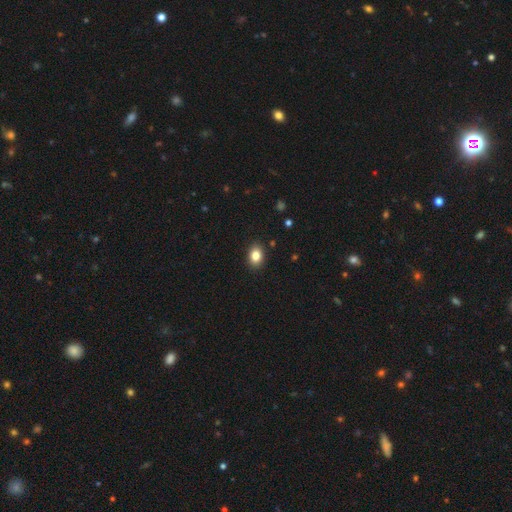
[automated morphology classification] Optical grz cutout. It shows a smooth galaxy with no disk features (84%) that is in between round and cigar-shaped (72%). Merging: none (89%).